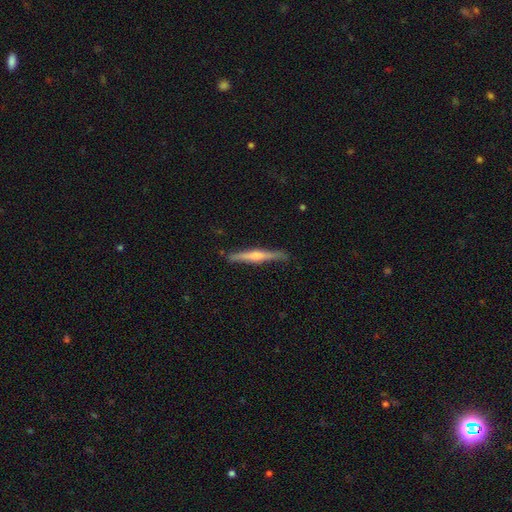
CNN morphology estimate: Smooth or featured? featured or disk (64%)
Edge-on disk? yes (98%)
Edge-on bulge? rounded (75%)
Merging? none (86%)